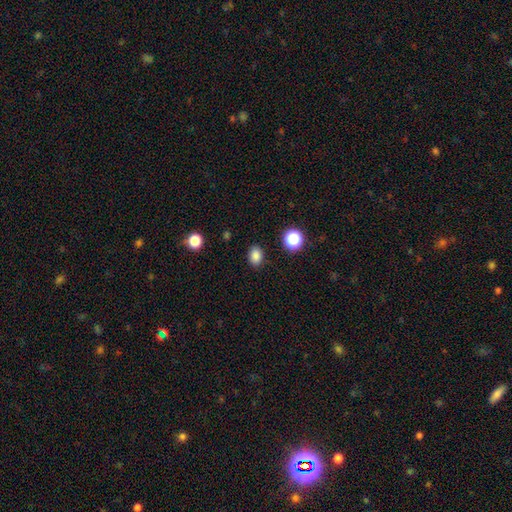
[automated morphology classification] A smooth galaxy with no disk features (84%) that is in between round and cigar-shaped (65%). Merging: none (88%).